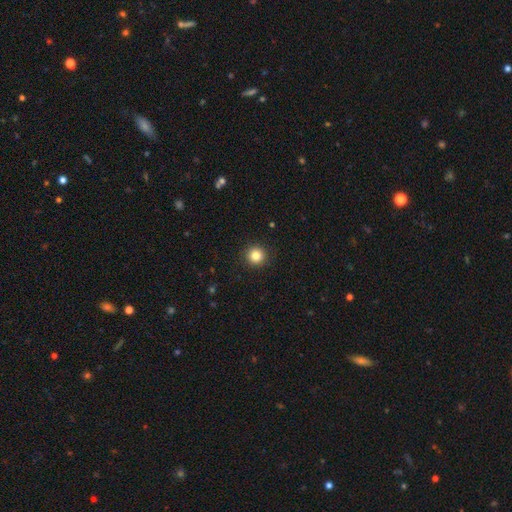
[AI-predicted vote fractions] Q: Smooth or featured?
A: smooth (84%); runner-up: star or artifact (11%)
Q: How rounded?
A: round (95%); runner-up: in between (4%)
Q: Merging?
A: none (93%); runner-up: minor disturbance (5%)